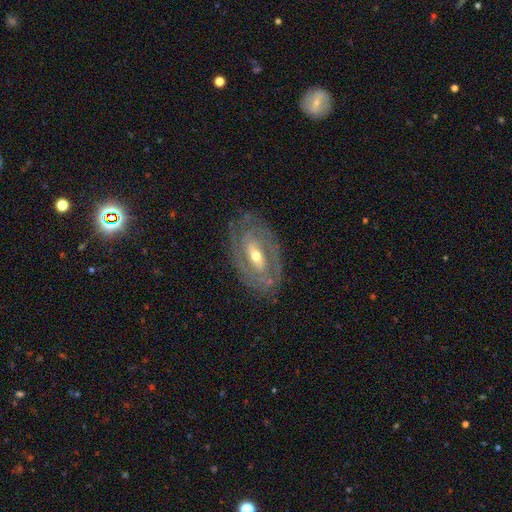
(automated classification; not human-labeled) Smooth or featured: featured or disk — 86% (smooth — 9%)
Edge-on disk: no — 94% (yes — 6%)
Bar: weak — 39% (strong — 34%)
Spiral arms: yes — 90% (no — 10%)
Spiral winding: tight — 67% (medium — 26%)
Spiral arm count: 2 — 56% (can't tell — 22%)
Bulge size: moderate — 57% (small — 38%)
Merging: none — 79% (minor disturbance — 15%)